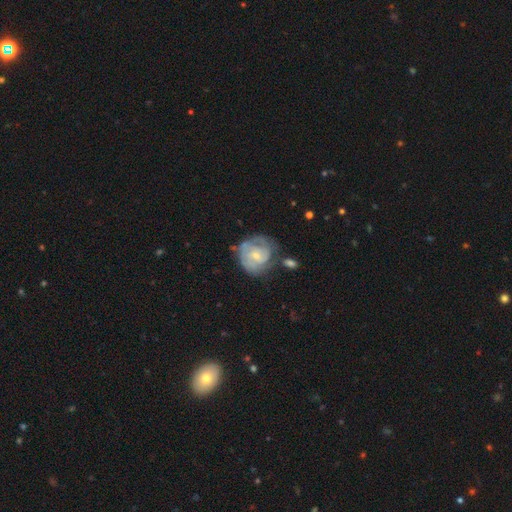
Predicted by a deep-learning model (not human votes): Smooth or featured?
  - featured or disk: 77% *
  - smooth: 18%
  - star or artifact: 5%
Edge-on disk?
  - no: 98% *
  - yes: 2%
Bar?
  - no: 59% *
  - weak: 35%
  - strong: 6%
Spiral arms?
  - yes: 90% *
  - no: 10%
Spiral winding?
  - tight: 65% *
  - medium: 27%
  - loose: 8%
Spiral arm count?
  - can't tell: 39% *
  - 2: 28%
  - 3: 19%
  - 4: 6%
  - 1: 5%
  - more than 4: 4%
Bulge size?
  - small: 71% *
  - moderate: 24%
  - none: 2%
  - large: 1%
  - dominant: 1%
Merging?
  - none: 56% *
  - minor disturbance: 23%
  - major disturbance: 13%
  - merger: 8%